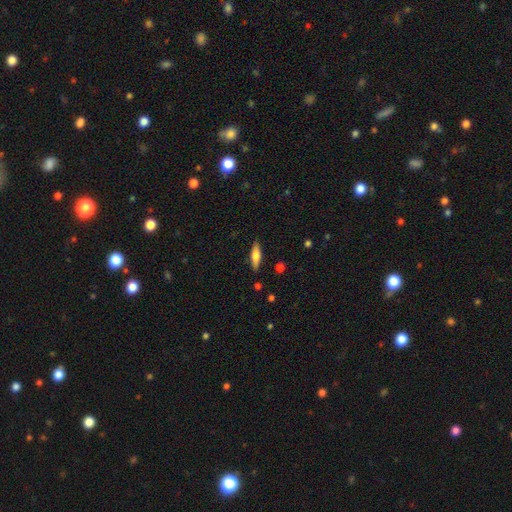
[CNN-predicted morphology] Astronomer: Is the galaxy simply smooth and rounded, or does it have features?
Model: smooth — 61%.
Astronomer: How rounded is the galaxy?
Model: cigar-shaped — 58% (runner-up: in between, 40%).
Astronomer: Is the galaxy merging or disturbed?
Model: none — 88%.